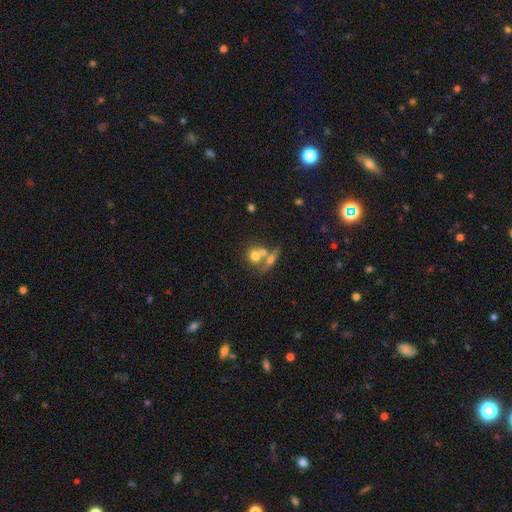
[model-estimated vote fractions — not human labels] smooth-or-featured: smooth: 63% | featured or disk: 26% | star or artifact: 11%
  how-rounded: round: 68% | in between: 29% | cigar-shaped: 3%
  merging: merger: 56% | none: 30% | minor disturbance: 8% | major disturbance: 6%